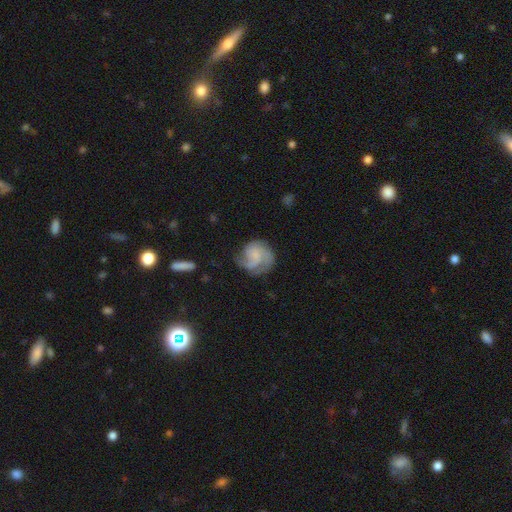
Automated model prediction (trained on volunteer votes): Morphology: type=featured or disk (66%); edge-on=no (98%); bar=no (69%); spiral arms=yes (91%); winding=medium (44%); arm count=3 (32%); bulge=small (41%); merging=none (57%).